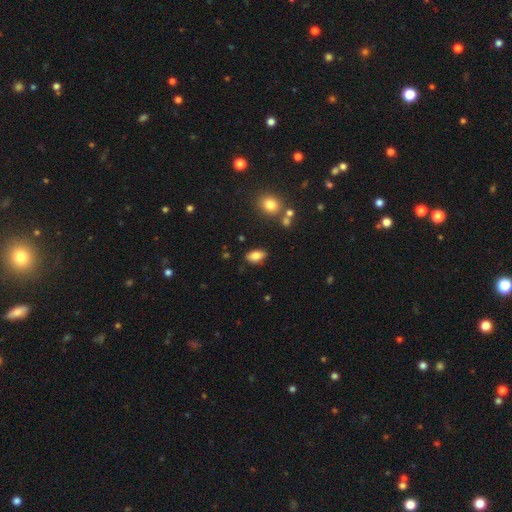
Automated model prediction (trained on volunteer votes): smooth-or-featured: smooth: 81% | featured or disk: 11% | star or artifact: 9%
  how-rounded: in between: 90% | round: 6% | cigar-shaped: 4%
  merging: none: 84% | minor disturbance: 11% | merger: 3% | major disturbance: 3%